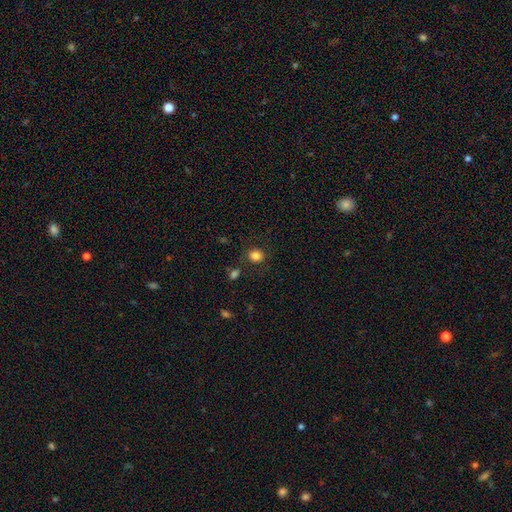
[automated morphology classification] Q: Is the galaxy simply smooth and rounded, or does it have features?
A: smooth — 84%.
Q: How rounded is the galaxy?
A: round — 76%.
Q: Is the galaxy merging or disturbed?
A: none — 82%.